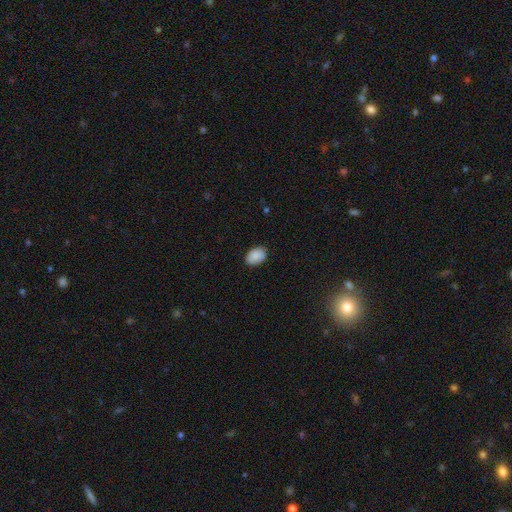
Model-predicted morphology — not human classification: The model was most divided on "merging": none: 81%, minor disturbance: 15%, major disturbance: 3%, merger: 1%. More confident: smooth or featured — smooth (88%); how rounded — in between (83%).